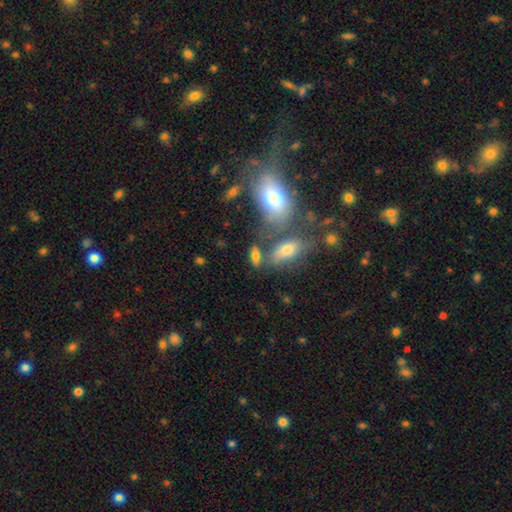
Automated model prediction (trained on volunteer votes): smooth 68%, featured or disk 20%, star or artifact 12%. Down the decision tree: how rounded — in between (72%); merging — none (57%).